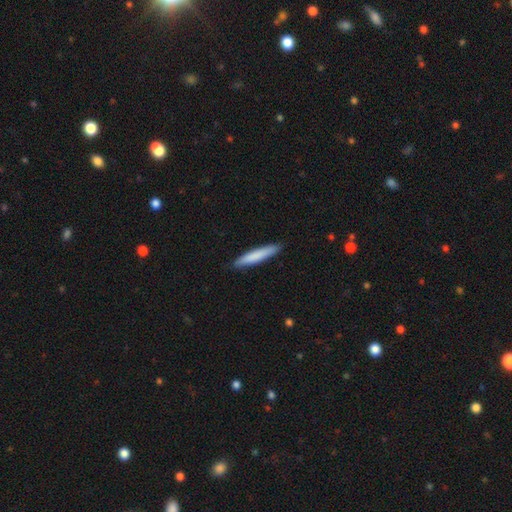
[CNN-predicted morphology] Smooth or featured? smooth (79%)
How rounded? cigar-shaped (93%)
Merging? none (89%)